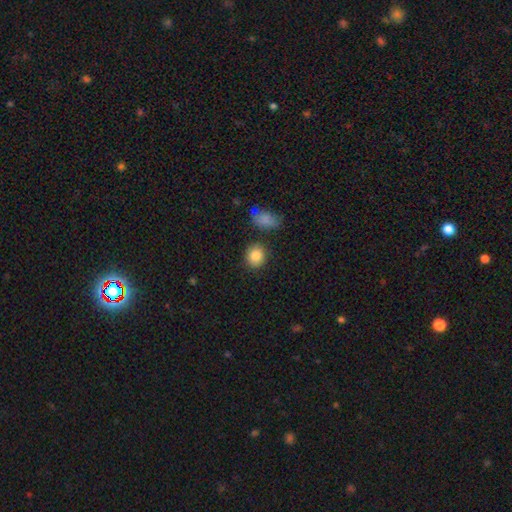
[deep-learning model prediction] This is clearly a smooth galaxy (87%). How rounded: likely round (75%). Merging: clearly none (82%).